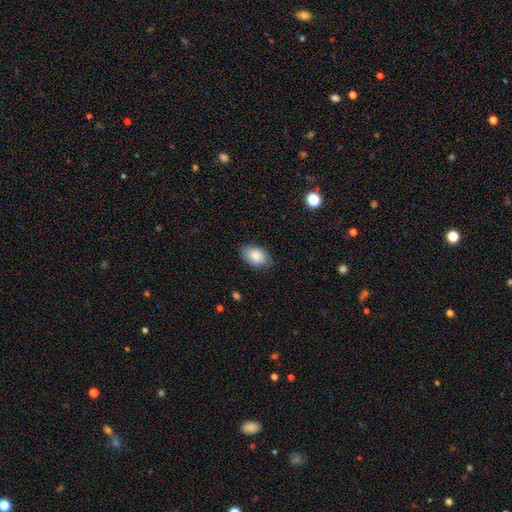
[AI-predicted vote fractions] smooth-or-featured: smooth: 84% | featured or disk: 9% | star or artifact: 7%
  how-rounded: in between: 91% | round: 8% | cigar-shaped: 1%
  merging: none: 81% | minor disturbance: 15% | major disturbance: 3% | merger: 1%